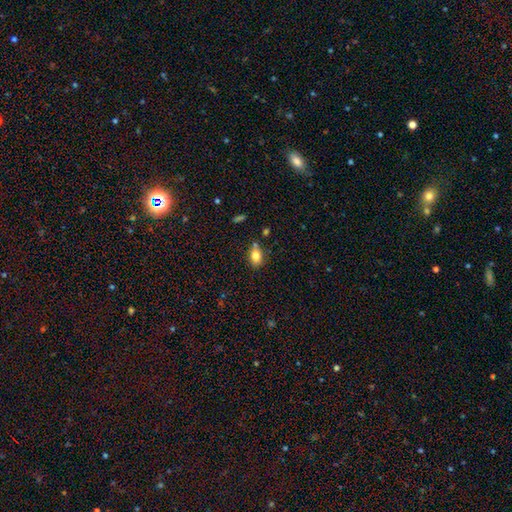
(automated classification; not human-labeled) smooth_or_featured: smooth (p=0.80) [alt: featured or disk p=0.10]
how_rounded: in between (p=0.78) [alt: round p=0.19]
merging: none (p=0.68) [alt: minor disturbance p=0.17]